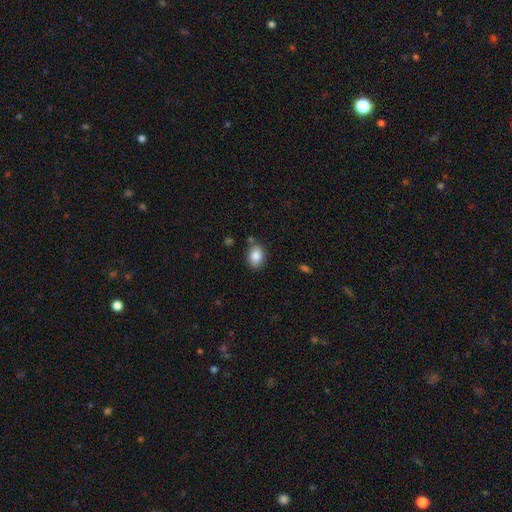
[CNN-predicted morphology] Q: Smooth or featured?
A: smooth (86%); runner-up: star or artifact (8%)
Q: How rounded?
A: in between (69%); runner-up: round (30%)
Q: Merging?
A: none (77%); runner-up: minor disturbance (14%)